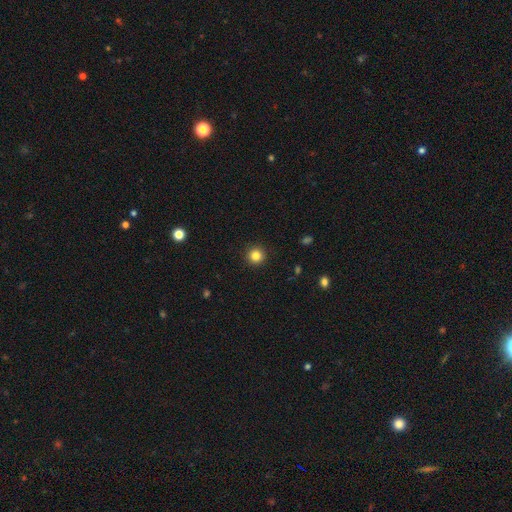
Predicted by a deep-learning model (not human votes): This is clearly a smooth galaxy (83%). How rounded: clearly round (96%). Merging: clearly none (93%).